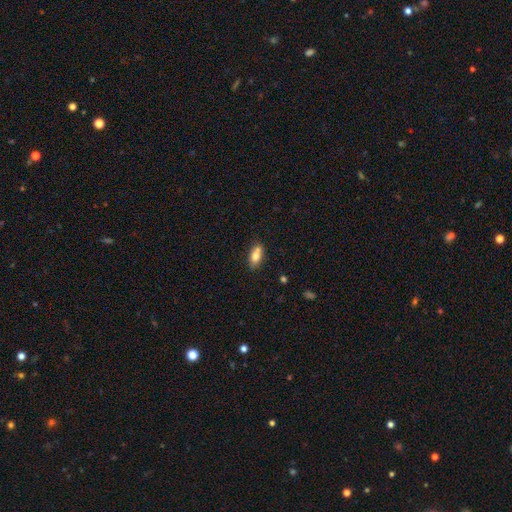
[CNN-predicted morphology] A smooth galaxy with no disk features (74%) that is in between round and cigar-shaped (84%).

Vote fractions:
- Smooth or featured? smooth: 74% / featured or disk: 18% / star or artifact: 8%
- How rounded? in between: 84% / cigar-shaped: 10% / round: 5%
- Merging? none: 62% / minor disturbance: 17% / merger: 17% / major disturbance: 4%